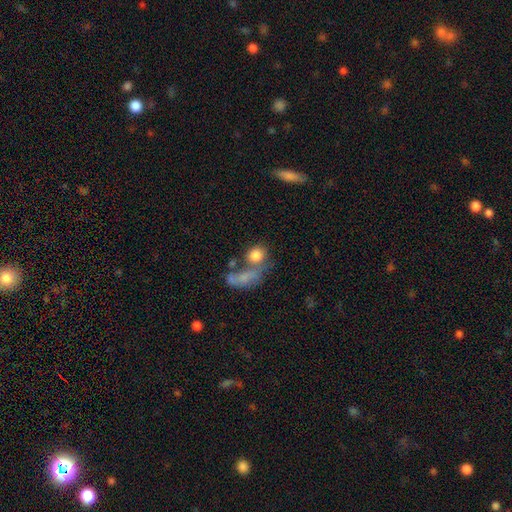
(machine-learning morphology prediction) This is likely a smooth galaxy (77%). How rounded: likely round (72%). Merging: marginally merger (39%).